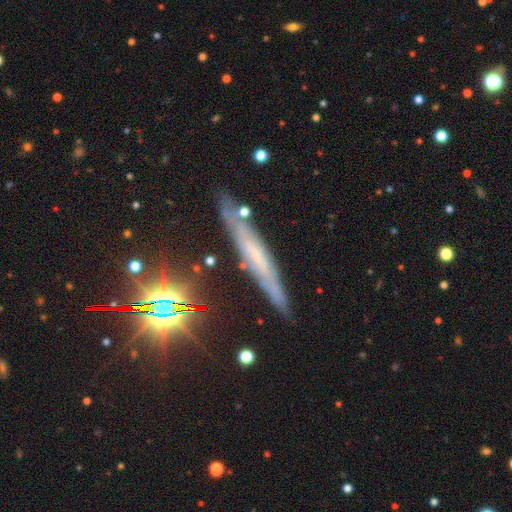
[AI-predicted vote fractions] featured or disk 58%, smooth 25%, star or artifact 17%. Down the decision tree: edge-on disk — yes (81%); merging — none (80%).